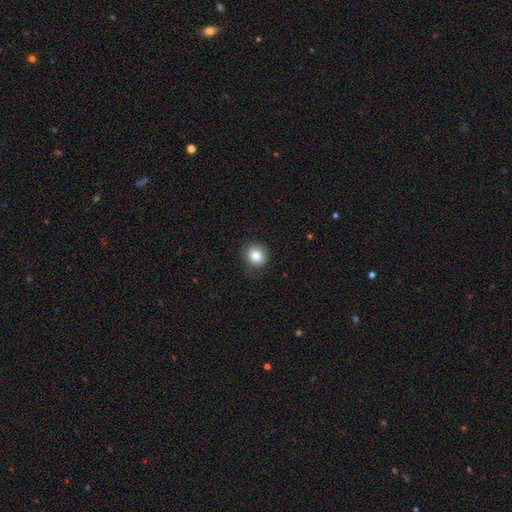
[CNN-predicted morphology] Smooth or featured?
  - smooth: 81% *
  - star or artifact: 10%
  - featured or disk: 9%
How rounded?
  - round: 89% *
  - in between: 11%
  - cigar-shaped: 1%
Merging?
  - none: 84% *
  - minor disturbance: 12%
  - major disturbance: 3%
  - merger: 1%